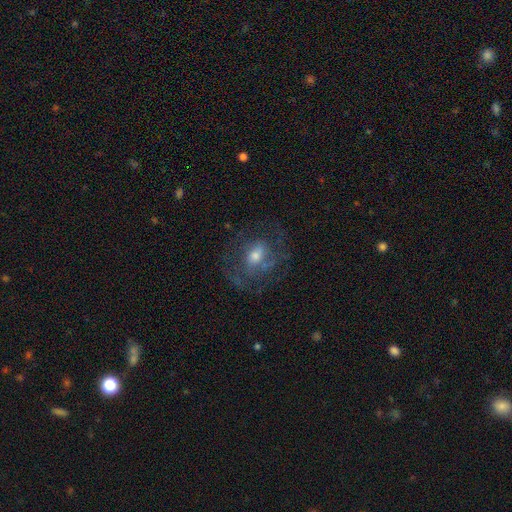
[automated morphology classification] A featured or disk galaxy (63%) with no bar (54%), spiral arms (69%) and a moderate central bulge (55%).

Vote fractions:
- Smooth or featured? featured or disk: 63% / smooth: 27% / star or artifact: 10%
- Edge-on disk? no: 96% / yes: 4%
- Bar? no: 54% / weak: 37% / strong: 10%
- Spiral arms? yes: 69% / no: 31%
- Bulge size? moderate: 55% / small: 33% / large: 8% / none: 3% / dominant: 1%
- Merging? none: 59% / major disturbance: 21% / minor disturbance: 19% / merger: 2%